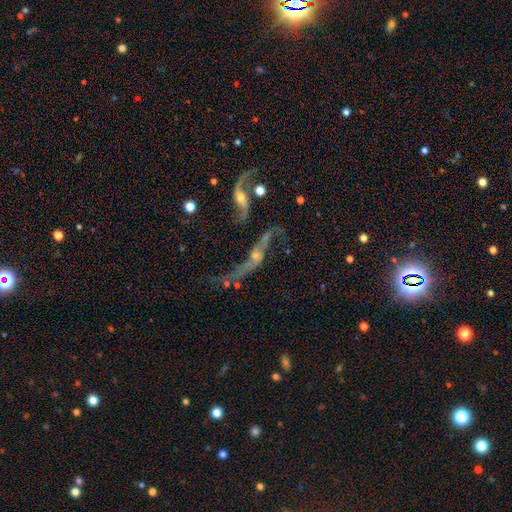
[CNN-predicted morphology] A featured or disk galaxy (62%).

Vote fractions:
- Smooth or featured? featured or disk: 62% / star or artifact: 25% / smooth: 13%
- Edge-on disk? no: 75% / yes: 25%
- Merging? merger: 39% / none: 27% / major disturbance: 23% / minor disturbance: 11%